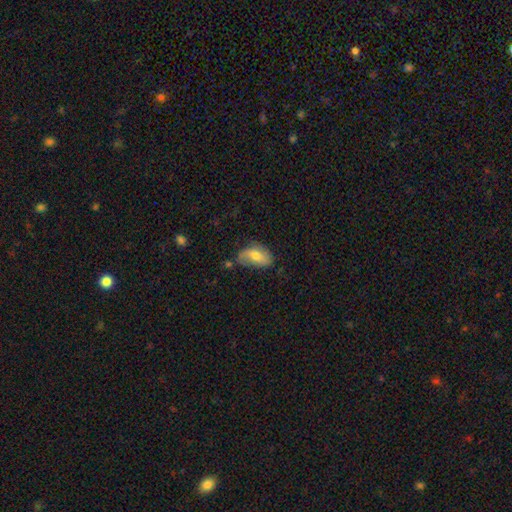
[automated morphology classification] smooth 61%, featured or disk 32%, star or artifact 7%. Down the decision tree: how rounded — in between (91%); merging — none (52%).